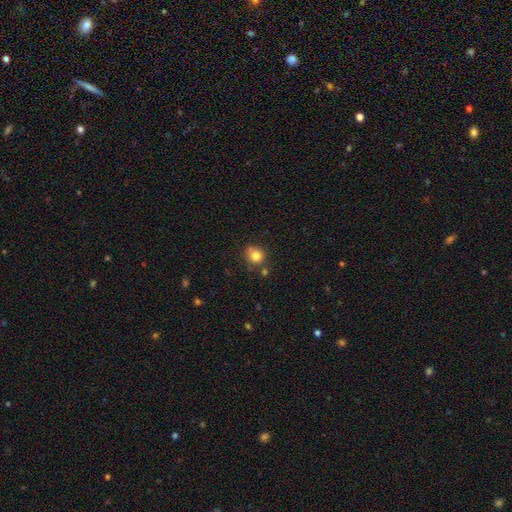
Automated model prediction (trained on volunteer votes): Smooth or featured? smooth (81%)
How rounded? round (75%)
Merging? none (66%)